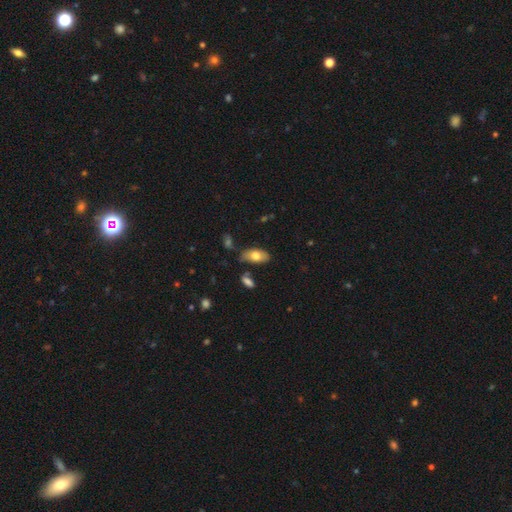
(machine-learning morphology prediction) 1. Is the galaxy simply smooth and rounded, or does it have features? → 73% smooth, 20% featured or disk, 7% star or artifact.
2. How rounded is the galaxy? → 91% in between, 5% cigar-shaped, 3% round.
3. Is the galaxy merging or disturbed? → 63% none, 23% minor disturbance, 8% merger, 6% major disturbance.